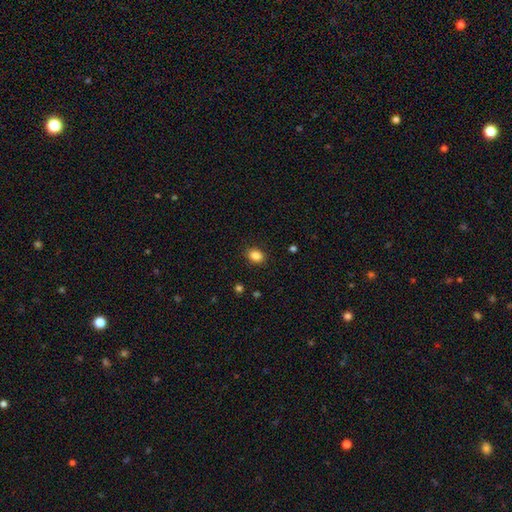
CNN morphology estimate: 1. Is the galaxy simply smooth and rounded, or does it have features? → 86% smooth, 10% star or artifact, 4% featured or disk.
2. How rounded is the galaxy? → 55% in between, 44% round, 1% cigar-shaped.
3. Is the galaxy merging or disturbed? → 88% none, 8% minor disturbance, 2% major disturbance, 1% merger.